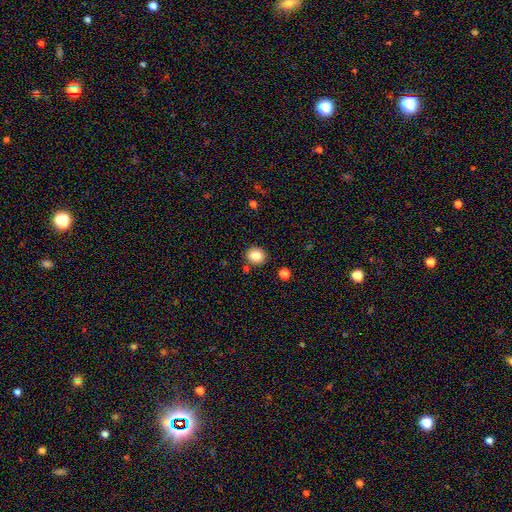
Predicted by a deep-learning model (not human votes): Q: Smooth or featured?
A: smooth (83%); runner-up: star or artifact (10%)
Q: How rounded?
A: round (80%); runner-up: in between (19%)
Q: Merging?
A: none (85%); runner-up: minor disturbance (8%)